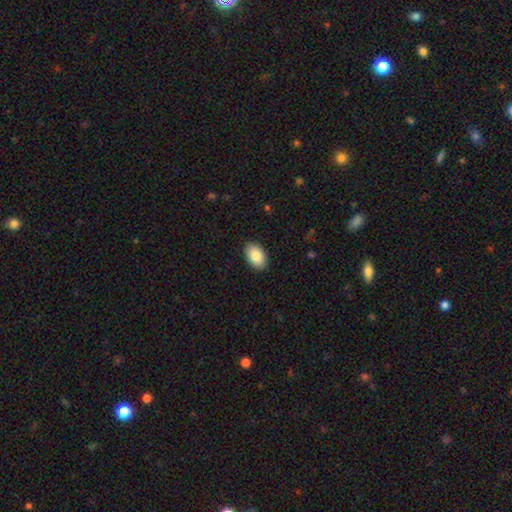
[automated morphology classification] Smooth or featured? Predicted: smooth (p=0.86). How rounded? Predicted: in between (p=0.92). Merging? Predicted: none (p=0.90).